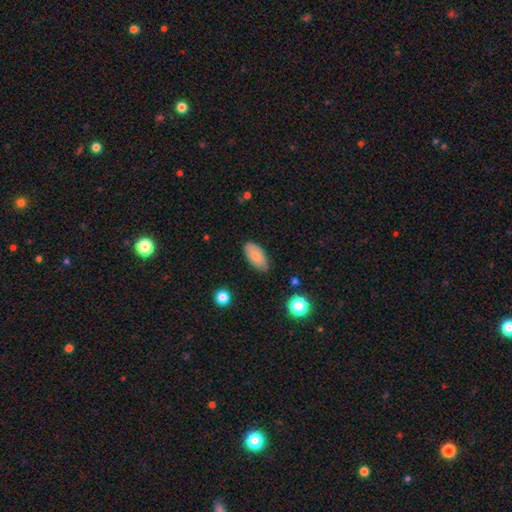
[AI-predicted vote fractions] Q: Smooth or featured?
A: smooth (82%); runner-up: featured or disk (11%)
Q: How rounded?
A: in between (93%); runner-up: cigar-shaped (5%)
Q: Merging?
A: none (80%); runner-up: minor disturbance (16%)